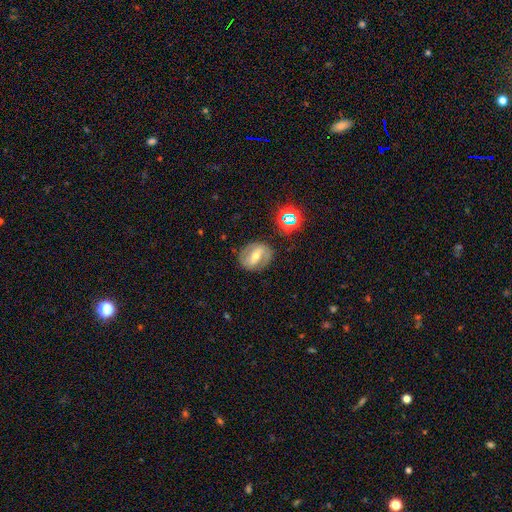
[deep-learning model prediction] This appears to be a featured or disk galaxy (68%) with a strong bar (51%), spiral arms (76%) and a moderate central bulge (54%). Merging: none (79%).